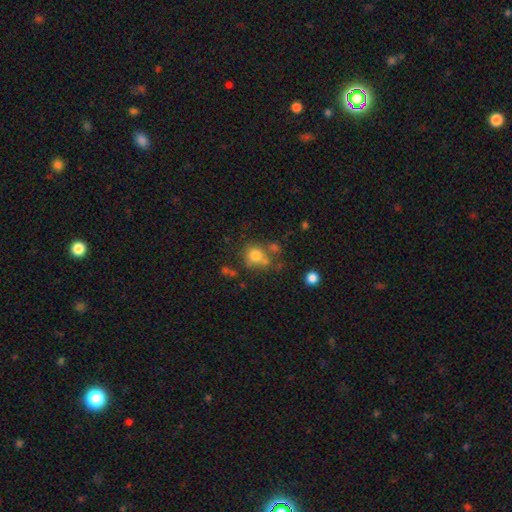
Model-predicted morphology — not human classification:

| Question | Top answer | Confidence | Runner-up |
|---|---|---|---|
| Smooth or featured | smooth | 73% | featured or disk (14%) |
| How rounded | round | 75% | in between (24%) |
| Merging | none | 50% | merger (24%) |